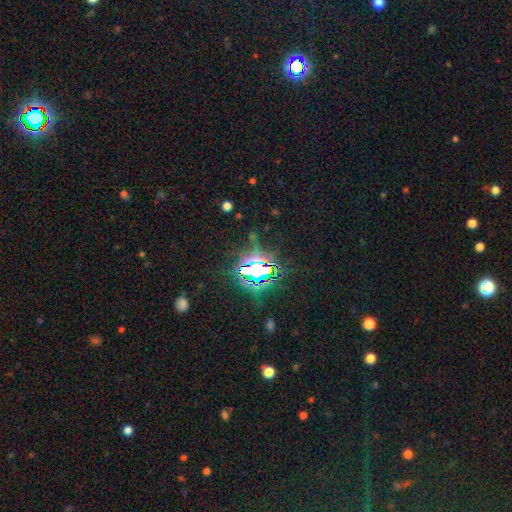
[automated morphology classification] Smooth or featured?
  - star or artifact: 77% *
  - smooth: 13%
  - featured or disk: 10%